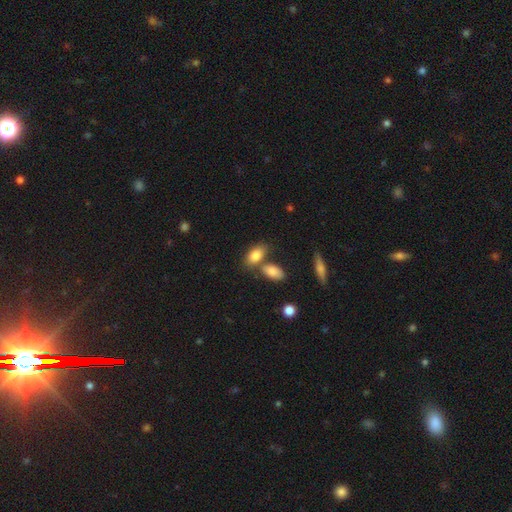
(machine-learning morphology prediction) Q: Smooth or featured?
A: smooth (83%); runner-up: featured or disk (10%)
Q: How rounded?
A: in between (90%); runner-up: round (6%)
Q: Merging?
A: none (50%); runner-up: merger (33%)